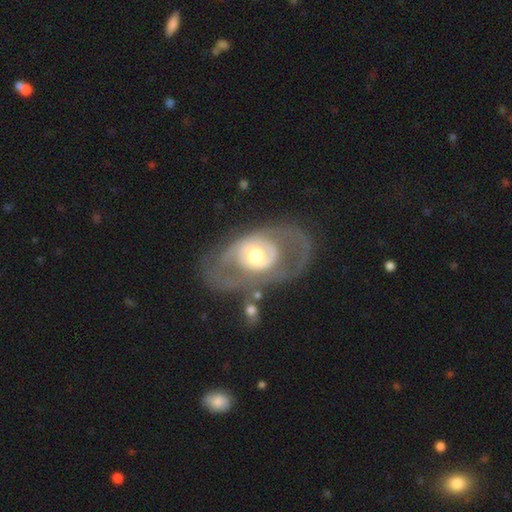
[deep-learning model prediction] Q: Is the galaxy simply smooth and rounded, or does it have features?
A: featured or disk — 76%.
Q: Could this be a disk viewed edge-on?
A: no — 94%.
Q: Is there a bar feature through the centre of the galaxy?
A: no — 69%.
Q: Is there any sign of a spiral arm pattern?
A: yes — 56%.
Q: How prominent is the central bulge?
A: moderate — 65%.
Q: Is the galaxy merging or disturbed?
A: none — 56%.